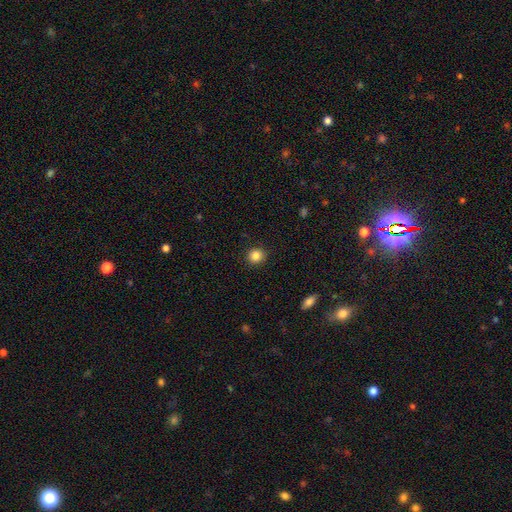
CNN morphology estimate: Q: Smooth or featured?
A: smooth (85%); runner-up: star or artifact (11%)
Q: How rounded?
A: round (88%); runner-up: in between (11%)
Q: Merging?
A: none (91%); runner-up: minor disturbance (6%)